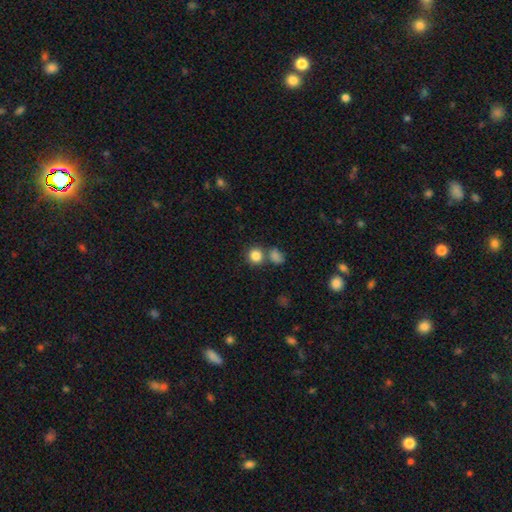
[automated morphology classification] A smooth galaxy with no disk features (84%) that is round (86%). Merging: none (62%).